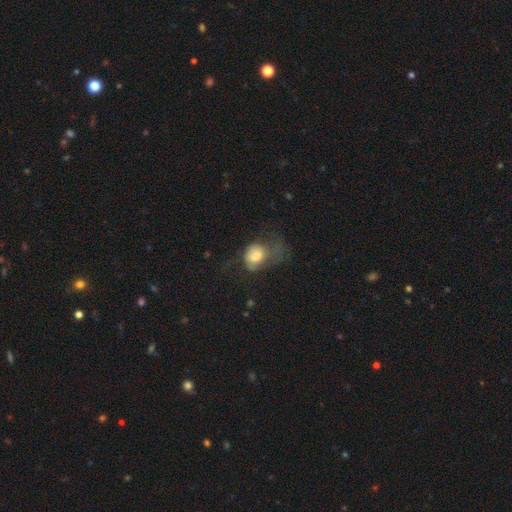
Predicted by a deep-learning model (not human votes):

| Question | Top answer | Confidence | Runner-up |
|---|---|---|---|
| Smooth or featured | smooth | 67% | featured or disk (24%) |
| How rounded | in between | 62% | round (36%) |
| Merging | major disturbance | 55% | none (22%) |